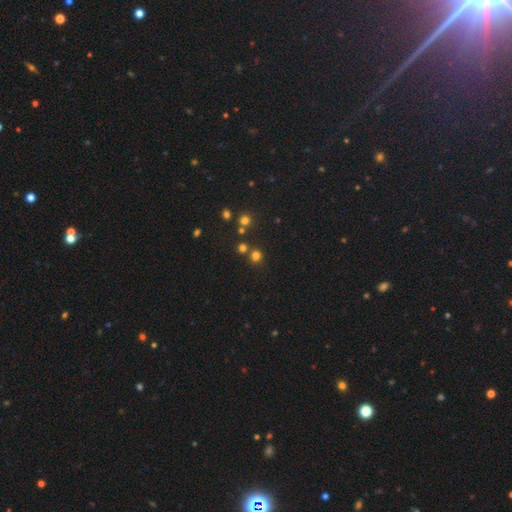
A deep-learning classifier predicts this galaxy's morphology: smooth-or-featured: smooth: 69% | star or artifact: 25% | featured or disk: 6%
  how-rounded: round: 86% | in between: 13% | cigar-shaped: 1%
  merging: none: 73% | merger: 16% | minor disturbance: 8% | major disturbance: 3%